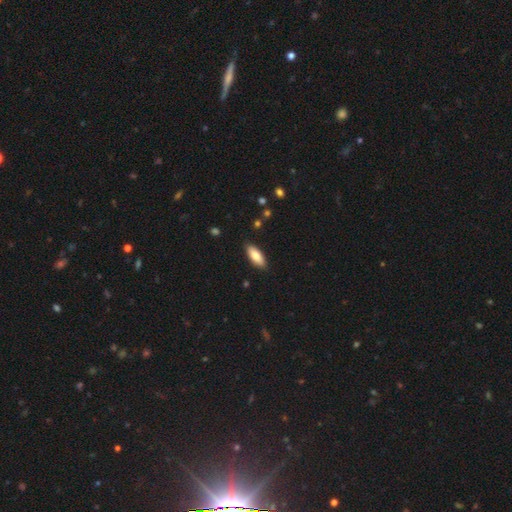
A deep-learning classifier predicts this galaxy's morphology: Smooth or featured: smooth — 81% (featured or disk — 13%)
How rounded: in between — 77% (cigar-shaped — 22%)
Merging: none — 88% (minor disturbance — 9%)